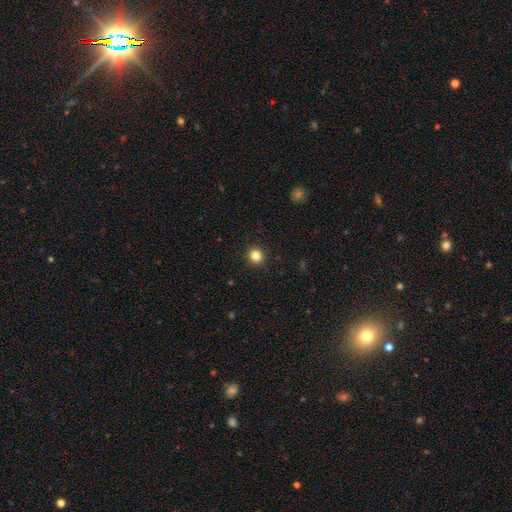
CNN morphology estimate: The model was most divided on "smooth or featured": smooth: 84%, star or artifact: 12%, featured or disk: 4%. More confident: how rounded — round (94%); merging — none (93%).